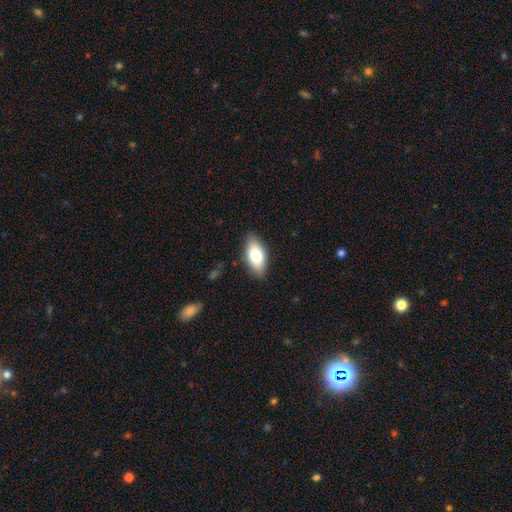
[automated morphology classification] smooth-or-featured: smooth: 78% | featured or disk: 16% | star or artifact: 6%
  how-rounded: in between: 90% | cigar-shaped: 7% | round: 3%
  merging: none: 85% | minor disturbance: 12% | major disturbance: 3% | merger: 1%